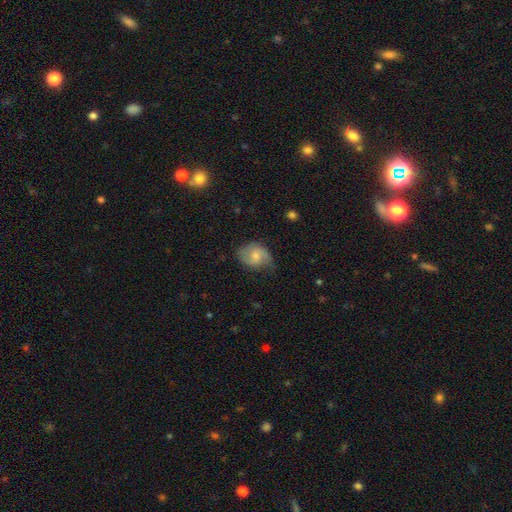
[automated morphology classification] smooth_or_featured: featured or disk (p=0.61) [alt: smooth p=0.32]
disk_edge_on: no (p=0.97) [alt: yes p=0.03]
bar: no (p=0.47) [alt: weak p=0.46]
has_spiral_arms: yes (p=0.91) [alt: no p=0.09]
spiral_winding: medium (p=0.48) [alt: loose p=0.29]
spiral_arm_count: 2 (p=0.81) [alt: can't tell p=0.09]
bulge_size: moderate (p=0.48) [alt: small p=0.37]
merging: none (p=0.61) [alt: minor disturbance p=0.28]